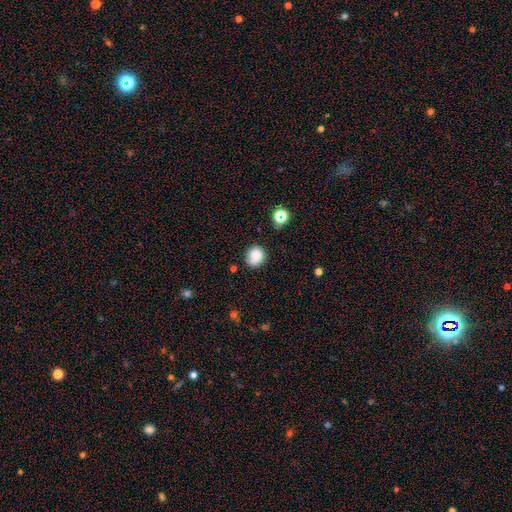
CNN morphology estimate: Smooth or featured? Predicted: smooth (p=0.81). How rounded? Predicted: round (p=0.79). Merging? Predicted: none (p=0.77).